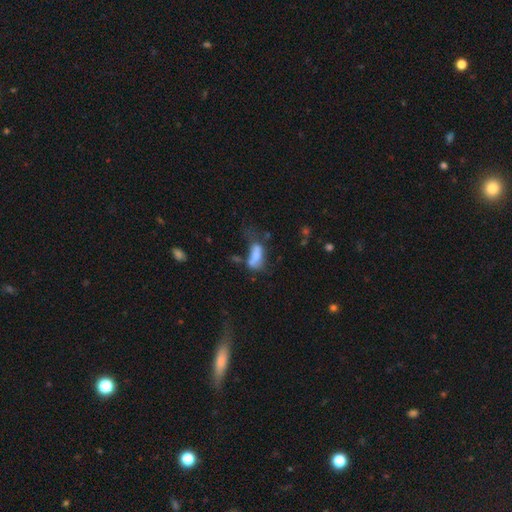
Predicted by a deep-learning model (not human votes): Overall: smooth (59%; featured or disk 30%). How rounded: in between (81%). Merging: merger (30%, tied with major disturbance).